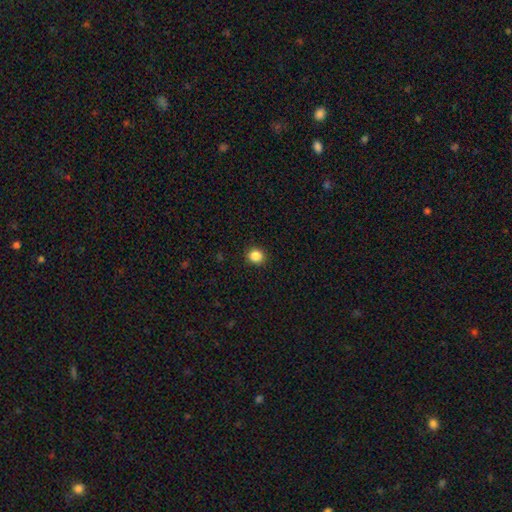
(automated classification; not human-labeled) The model was most divided on "how rounded": round: 85%, in between: 14%, cigar-shaped: 1%. More confident: merging — none (92%); smooth or featured — smooth (86%).